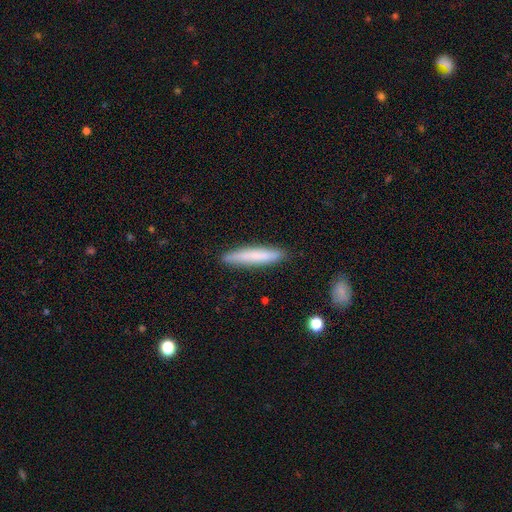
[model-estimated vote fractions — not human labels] Smooth or featured: smooth — 75% (featured or disk — 19%)
How rounded: cigar-shaped — 92% (in between — 7%)
Merging: none — 88% (minor disturbance — 9%)